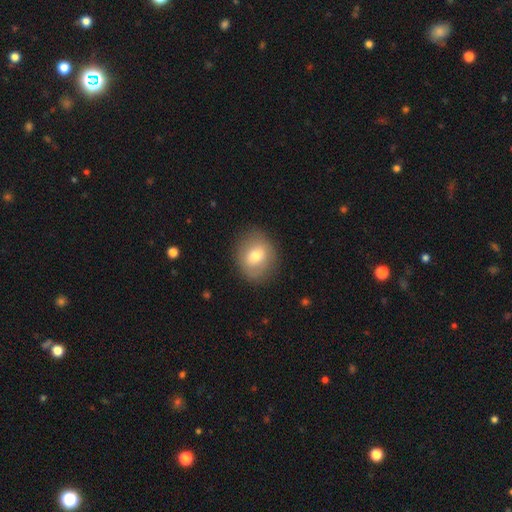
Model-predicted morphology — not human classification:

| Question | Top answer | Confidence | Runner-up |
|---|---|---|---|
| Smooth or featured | smooth | 68% | featured or disk (23%) |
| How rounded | round | 54% | in between (45%) |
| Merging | none | 84% | minor disturbance (11%) |